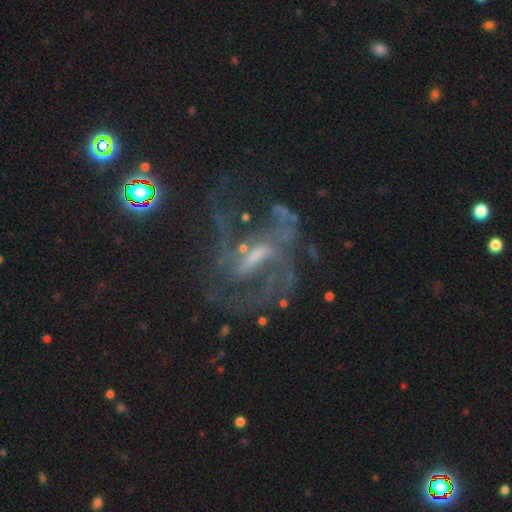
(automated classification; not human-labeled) featured or disk 81%, star or artifact 12%, smooth 8%. Down the decision tree: edge-on disk — no (94%); bar — strong (47%); spiral arms — yes (82%); spiral arm count — 2 (55%); spiral winding — medium (43%); bulge size — small (35%); merging — none (43%).